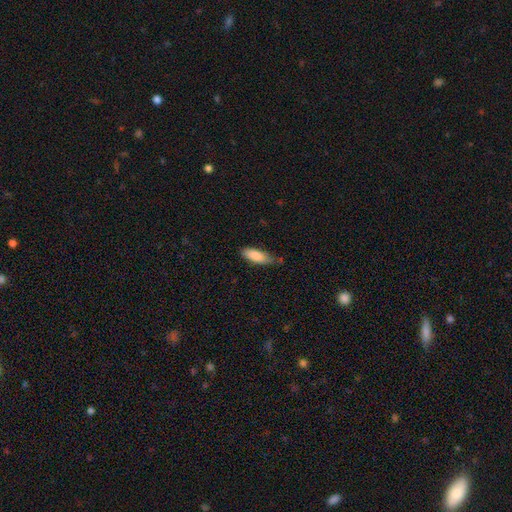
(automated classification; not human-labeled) This is clearly a smooth galaxy (86%). How rounded: likely in between (66%). Merging: possibly none (57%).